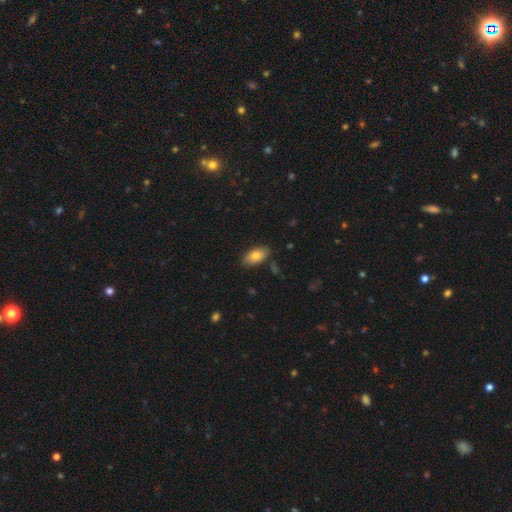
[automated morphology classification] A smooth galaxy with no disk features (80%) that is in between round and cigar-shaped (92%). Merging: none (83%).